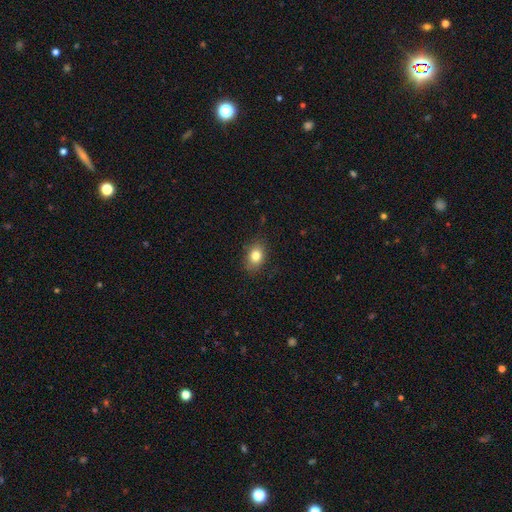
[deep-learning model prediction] A smooth galaxy with no disk features (81%) that is in between round and cigar-shaped (73%). Merging: none (85%).